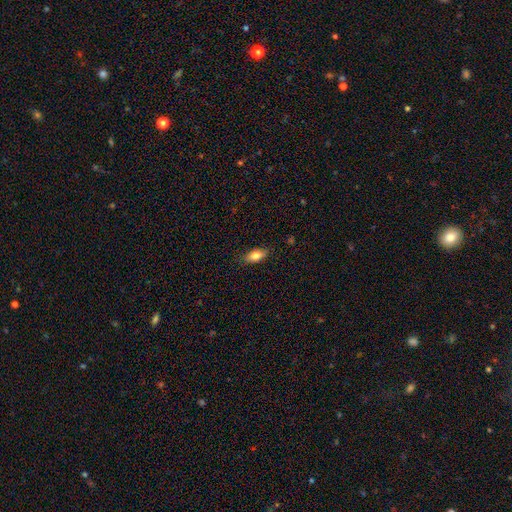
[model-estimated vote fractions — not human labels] smooth-or-featured: smooth: 80% | featured or disk: 13% | star or artifact: 7%
  how-rounded: in between: 82% | cigar-shaped: 15% | round: 3%
  merging: none: 83% | minor disturbance: 13% | major disturbance: 3% | merger: 1%